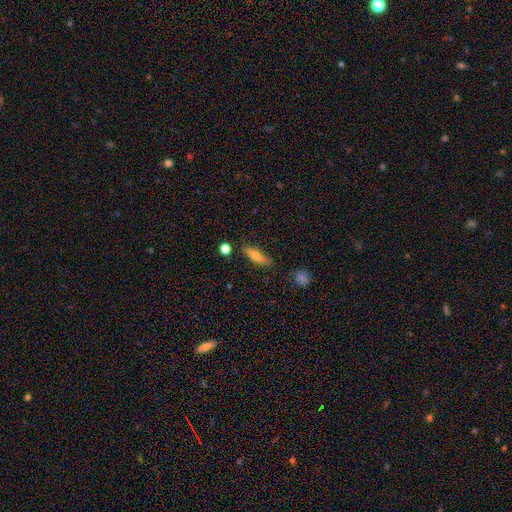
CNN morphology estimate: A smooth galaxy with no disk features (66%) that is cigar-shaped (53%).

Vote fractions:
- Smooth or featured? smooth: 66% / featured or disk: 26% / star or artifact: 8%
- How rounded? cigar-shaped: 53% / in between: 44% / round: 3%
- Merging? none: 80% / minor disturbance: 14% / merger: 3% / major disturbance: 3%